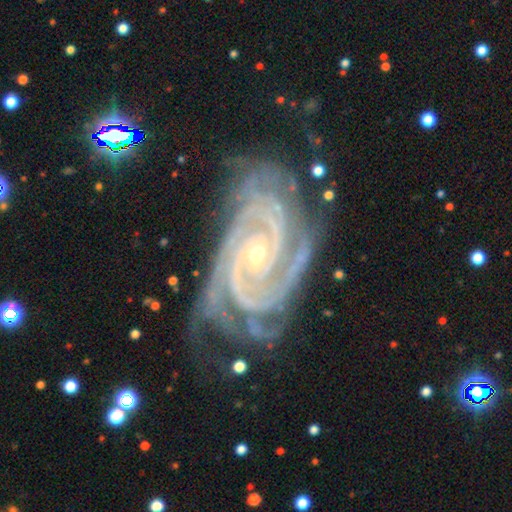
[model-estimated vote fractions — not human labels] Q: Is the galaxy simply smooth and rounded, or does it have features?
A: featured or disk — 93%.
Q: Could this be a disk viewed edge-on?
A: no — 97%.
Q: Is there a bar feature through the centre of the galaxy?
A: no — 58%.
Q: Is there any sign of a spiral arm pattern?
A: yes — 99%.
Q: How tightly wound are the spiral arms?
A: tight — 78%.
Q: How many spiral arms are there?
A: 3 — 26%.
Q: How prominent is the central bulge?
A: small — 83%.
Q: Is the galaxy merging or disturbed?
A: none — 67%.